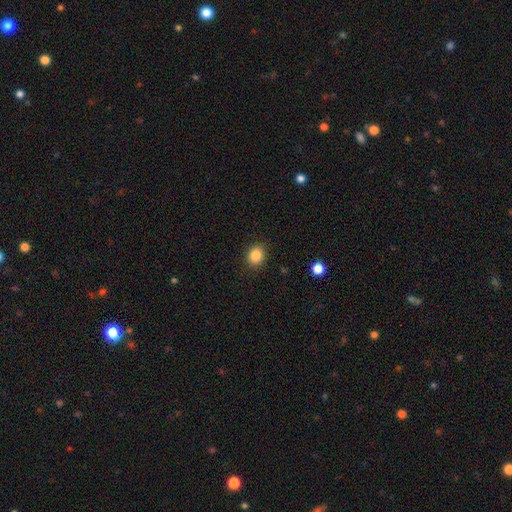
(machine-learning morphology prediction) A smooth galaxy with no disk features (87%) that is round (63%).

Vote fractions:
- Smooth or featured? smooth: 87% / star or artifact: 9% / featured or disk: 4%
- How rounded? round: 63% / in between: 36% / cigar-shaped: 1%
- Merging? none: 87% / minor disturbance: 9% / major disturbance: 3% / merger: 1%